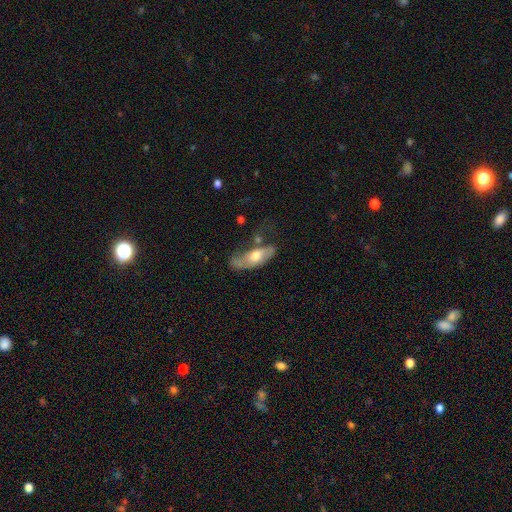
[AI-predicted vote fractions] Smooth or featured? smooth (53%)
How rounded? in between (74%)
Merging? none (39%)